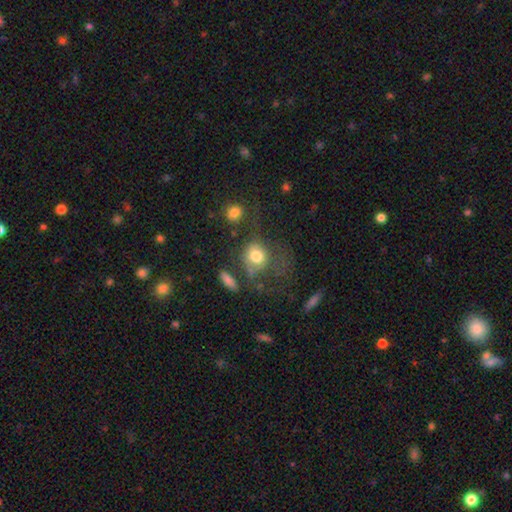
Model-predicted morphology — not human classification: The model was most divided on "merging": major disturbance: 35%, none: 34%, minor disturbance: 18%, merger: 13%. More confident: smooth or featured — smooth (69%); how rounded — round (63%).